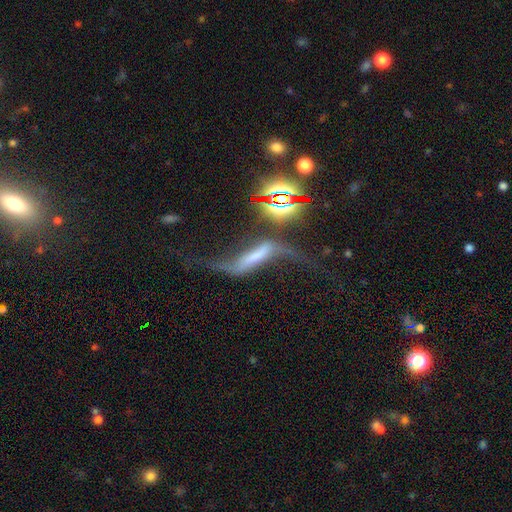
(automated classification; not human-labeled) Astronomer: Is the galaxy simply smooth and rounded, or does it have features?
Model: featured or disk — 63%.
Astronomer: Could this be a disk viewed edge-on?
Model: no — 71%.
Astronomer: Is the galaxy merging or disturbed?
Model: none — 37% (runner-up: major disturbance, 30%).